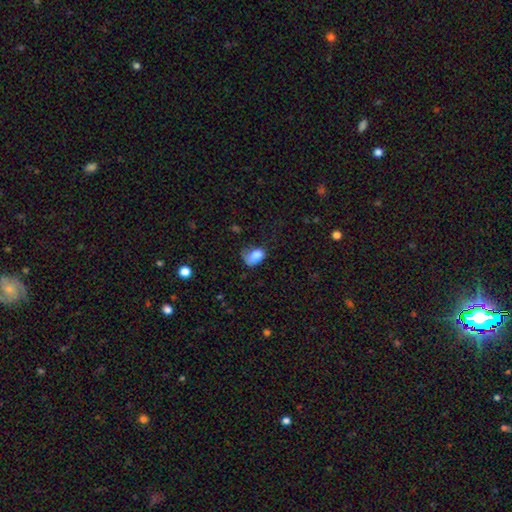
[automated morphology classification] smooth-or-featured: smooth: 76% | featured or disk: 15% | star or artifact: 9%
  how-rounded: in between: 83% | round: 15% | cigar-shaped: 2%
  merging: major disturbance: 37% | minor disturbance: 32% | none: 28% | merger: 4%